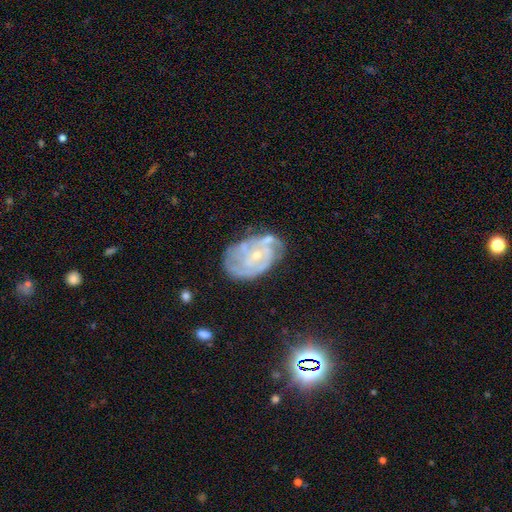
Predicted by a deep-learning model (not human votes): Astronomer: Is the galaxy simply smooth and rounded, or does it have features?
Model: featured or disk — 80%.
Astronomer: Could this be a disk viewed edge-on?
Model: no — 97%.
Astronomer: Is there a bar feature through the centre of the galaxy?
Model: no — 72%.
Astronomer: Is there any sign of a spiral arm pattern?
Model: yes — 85%.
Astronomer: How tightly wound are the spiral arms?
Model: tight — 59%.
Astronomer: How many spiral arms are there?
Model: can't tell — 40% (runner-up: 2, 24%).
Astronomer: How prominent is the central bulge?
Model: small — 73%.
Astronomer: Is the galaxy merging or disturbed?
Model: none — 54%.